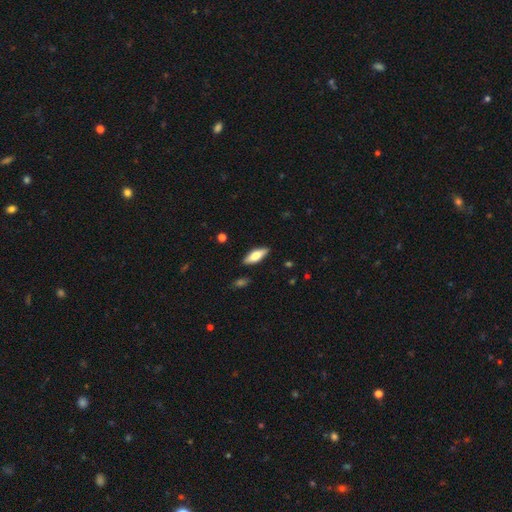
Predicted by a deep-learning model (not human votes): Smooth or featured: smooth — 68% (featured or disk — 26%)
How rounded: in between — 67% (cigar-shaped — 31%)
Merging: none — 87% (minor disturbance — 10%)